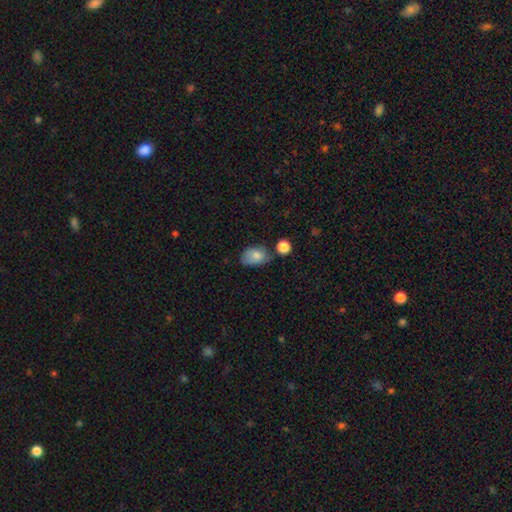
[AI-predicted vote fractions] A smooth galaxy with no disk features (79%) that is in between round and cigar-shaped (77%).

Vote fractions:
- Smooth or featured? smooth: 79% / featured or disk: 12% / star or artifact: 9%
- How rounded? in between: 77% / round: 22% / cigar-shaped: 1%
- Merging? none: 48% / minor disturbance: 33% / major disturbance: 10% / merger: 9%